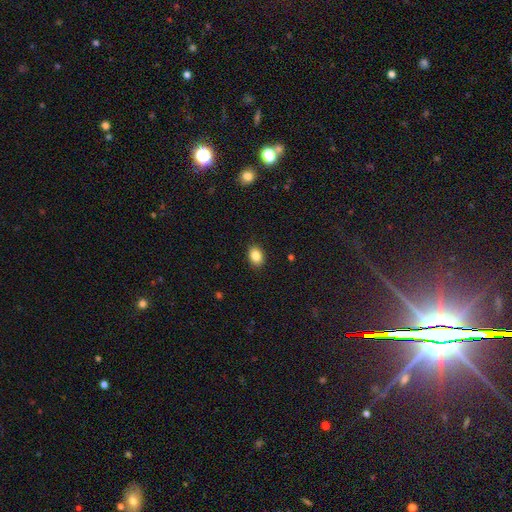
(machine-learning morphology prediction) A smooth galaxy with no disk features (86%) that is in between round and cigar-shaped (69%). Merging: none (89%).